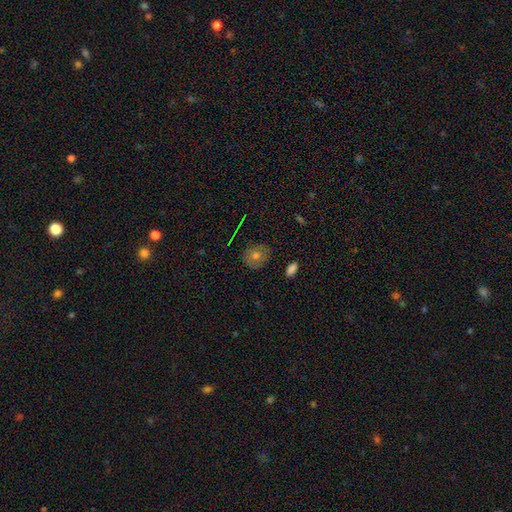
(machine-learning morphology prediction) Overall: smooth (60%; featured or disk 24%). How rounded: round (81%). Merging: none (84%).